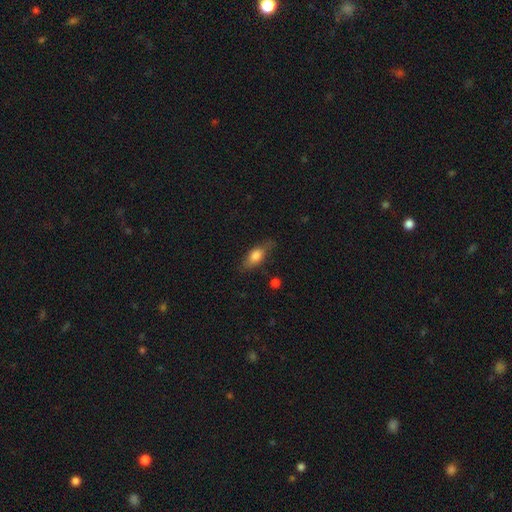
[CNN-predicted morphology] Q: Smooth or featured?
A: smooth (73%); runner-up: featured or disk (19%)
Q: How rounded?
A: in between (76%); runner-up: cigar-shaped (19%)
Q: Merging?
A: none (68%); runner-up: minor disturbance (23%)